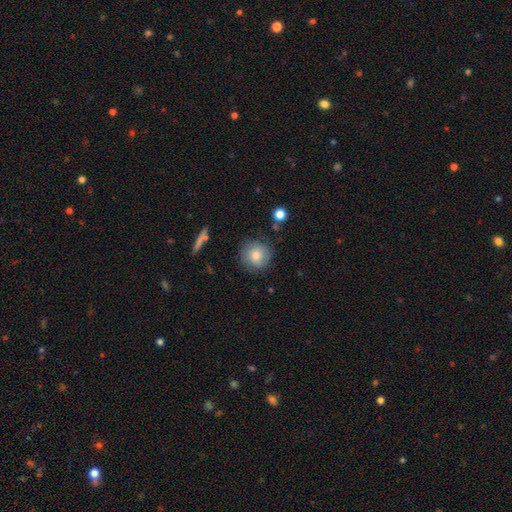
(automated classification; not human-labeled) This is likely a smooth galaxy (72%). How rounded: clearly round (92%). Merging: clearly none (80%).